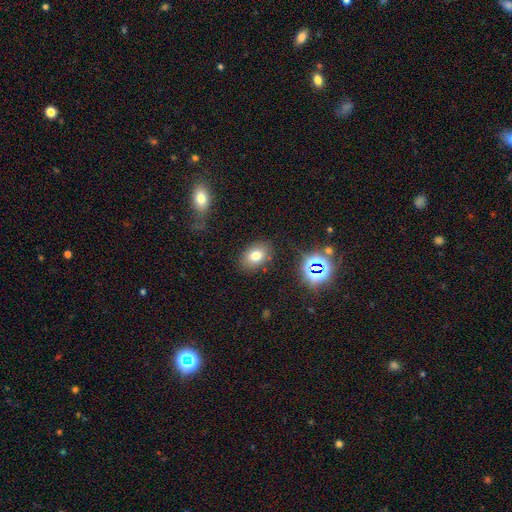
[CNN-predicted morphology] Smooth or featured? smooth (72%)
How rounded? in between (74%)
Merging? none (82%)